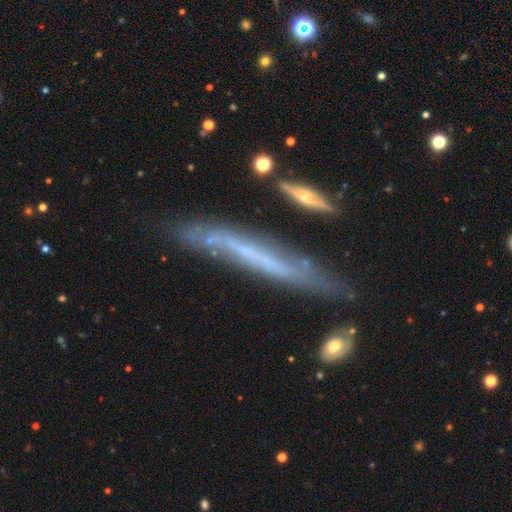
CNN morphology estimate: A featured or disk galaxy (66%) viewed edge-on (69%).

Vote fractions:
- Smooth or featured? featured or disk: 66% / smooth: 26% / star or artifact: 9%
- Edge-on disk? yes: 69% / no: 31%
- Merging? none: 64% / minor disturbance: 21% / major disturbance: 8% / merger: 6%